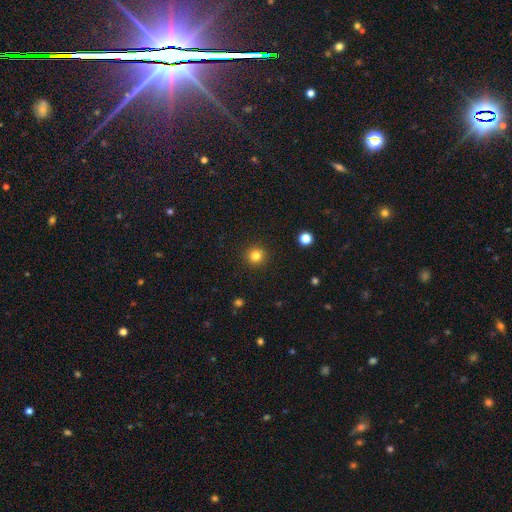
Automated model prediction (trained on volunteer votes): Q: Smooth or featured?
A: smooth (82%); runner-up: star or artifact (13%)
Q: How rounded?
A: round (95%); runner-up: in between (4%)
Q: Merging?
A: none (93%); runner-up: minor disturbance (5%)